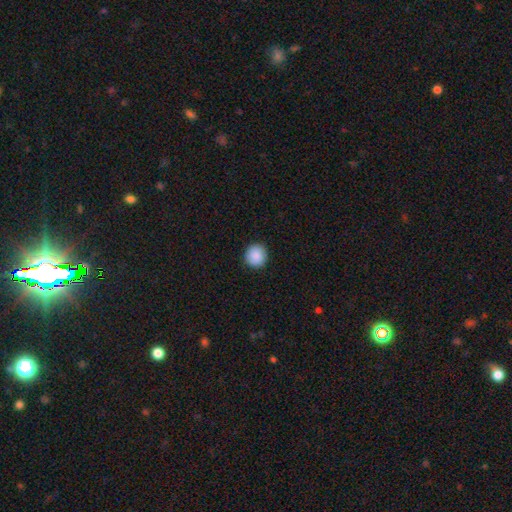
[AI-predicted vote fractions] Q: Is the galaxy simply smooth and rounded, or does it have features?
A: smooth — 89%.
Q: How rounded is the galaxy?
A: round — 92%.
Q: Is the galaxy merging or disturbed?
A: none — 92%.